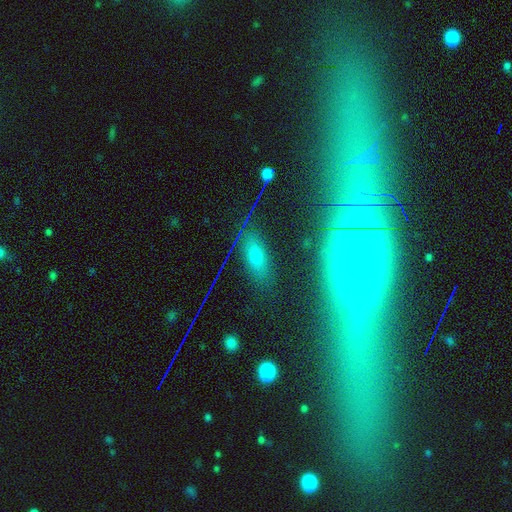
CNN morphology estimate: Smooth or featured?
  - smooth: 59% *
  - star or artifact: 25%
  - featured or disk: 15%
How rounded?
  - in between: 74% *
  - cigar-shaped: 18%
  - round: 9%
Merging?
  - none: 79% *
  - minor disturbance: 12%
  - major disturbance: 5%
  - merger: 3%